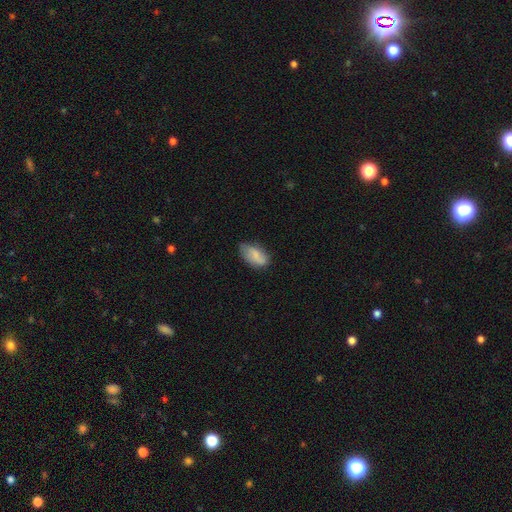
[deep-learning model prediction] This is likely a smooth galaxy (75%). How rounded: clearly in between (93%). Merging: likely none (66%).